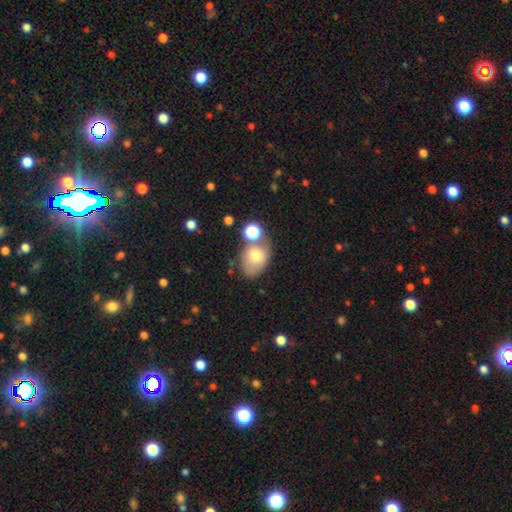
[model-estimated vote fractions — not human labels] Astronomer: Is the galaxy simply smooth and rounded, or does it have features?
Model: smooth — 70%.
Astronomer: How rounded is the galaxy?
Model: in between — 66%.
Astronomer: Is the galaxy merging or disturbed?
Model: none — 47% (runner-up: merger, 23%).